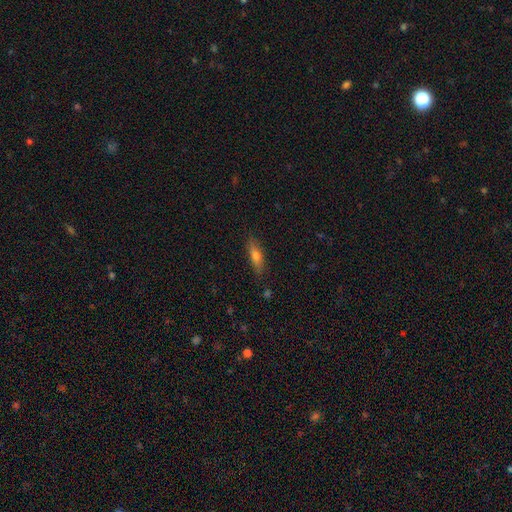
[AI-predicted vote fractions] Smooth or featured?
  - smooth: 59% *
  - featured or disk: 31%
  - star or artifact: 10%
How rounded?
  - cigar-shaped: 60% *
  - in between: 37%
  - round: 3%
Merging?
  - none: 84% *
  - minor disturbance: 12%
  - major disturbance: 2%
  - merger: 1%